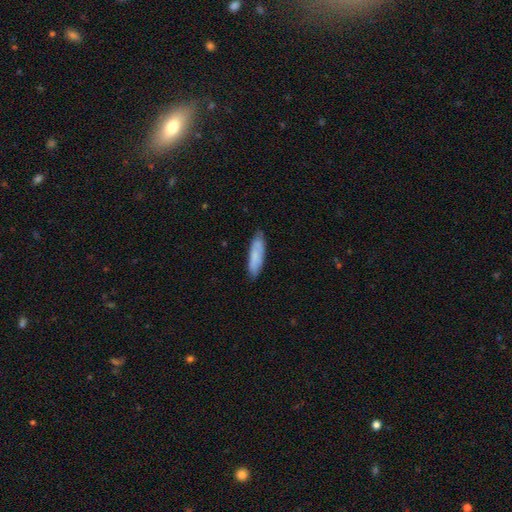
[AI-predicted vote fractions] smooth_or_featured: smooth (p=0.76) [alt: featured or disk p=0.18]
how_rounded: cigar-shaped (p=0.67) [alt: in between p=0.32]
merging: none (p=0.82) [alt: minor disturbance p=0.15]